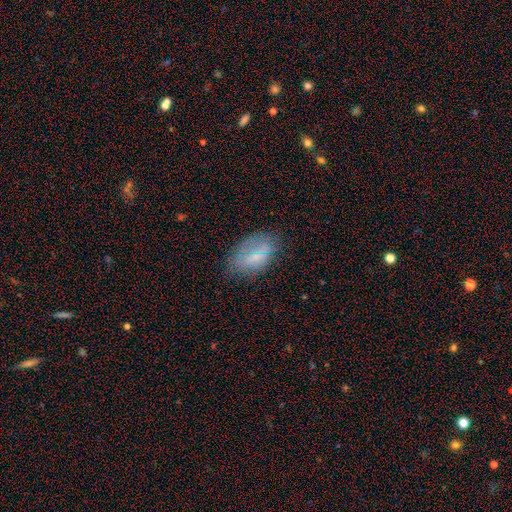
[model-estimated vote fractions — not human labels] Smooth or featured? smooth (62%)
How rounded? in between (91%)
Merging? none (62%)